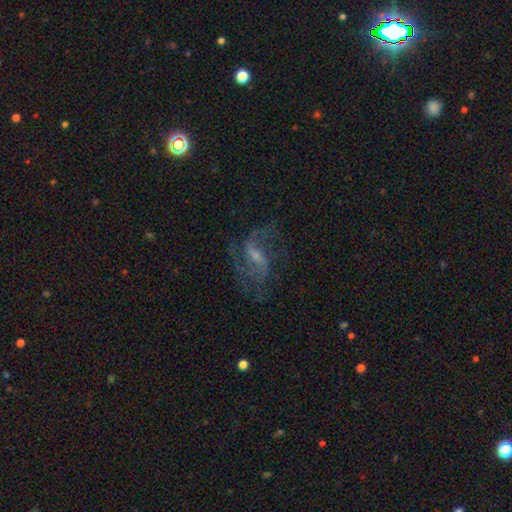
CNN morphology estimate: smooth-or-featured: featured or disk: 73% | star or artifact: 14% | smooth: 12%
  disk-edge-on: no: 94% | yes: 6%
    bar: weak: 49% | strong: 26% | no: 24%
    has-spiral-arms: yes: 89% | no: 11%
      spiral-winding: loose: 53% | medium: 36% | tight: 11%
      spiral-arm-count: 2: 62% | can't tell: 16% | 3: 9% | 1: 7% | 4: 3% | more than 4: 3%
    bulge-size: small: 47% | moderate: 30% | none: 19% | large: 3% | dominant: 1%
  merging: none: 59% | major disturbance: 22% | minor disturbance: 17% | merger: 2%